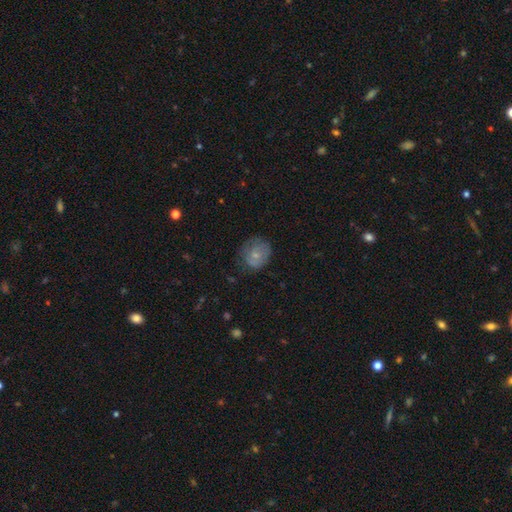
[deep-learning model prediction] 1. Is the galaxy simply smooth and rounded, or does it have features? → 64% smooth, 27% featured or disk, 9% star or artifact.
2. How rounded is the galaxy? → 71% round, 28% in between, 1% cigar-shaped.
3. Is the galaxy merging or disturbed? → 60% none, 26% minor disturbance, 12% major disturbance, 2% merger.